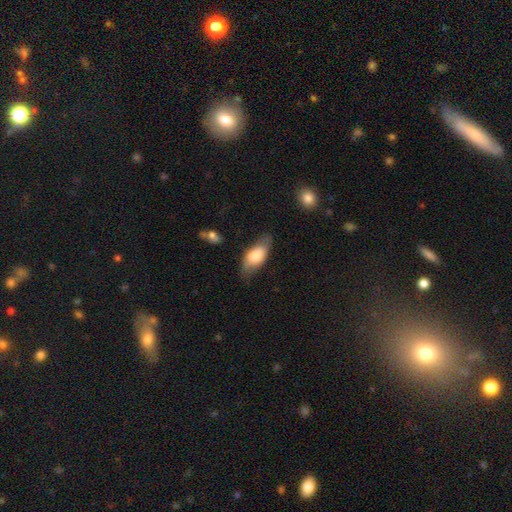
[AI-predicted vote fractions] Overall: smooth (74%). How rounded: in between (85%). Merging: none (67%).